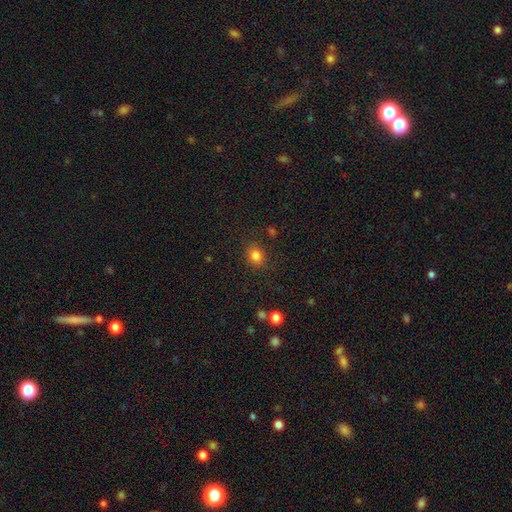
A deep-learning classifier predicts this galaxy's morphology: Overall: smooth (82%). How rounded: round (56%; in between 43%). Merging: none (82%).